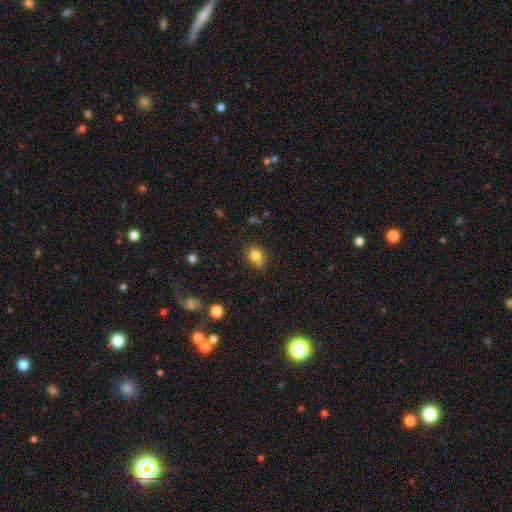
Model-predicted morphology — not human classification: This appears to be a smooth galaxy with no disk features (81%) that is round (64%). Merging: none (66%).